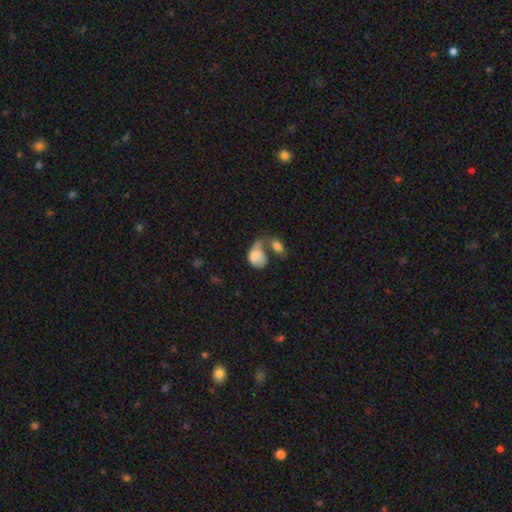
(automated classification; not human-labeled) smooth-or-featured: smooth: 71% | featured or disk: 22% | star or artifact: 8%
  how-rounded: in between: 82% | round: 16% | cigar-shaped: 2%
  merging: merger: 51% | major disturbance: 22% | none: 14% | minor disturbance: 12%